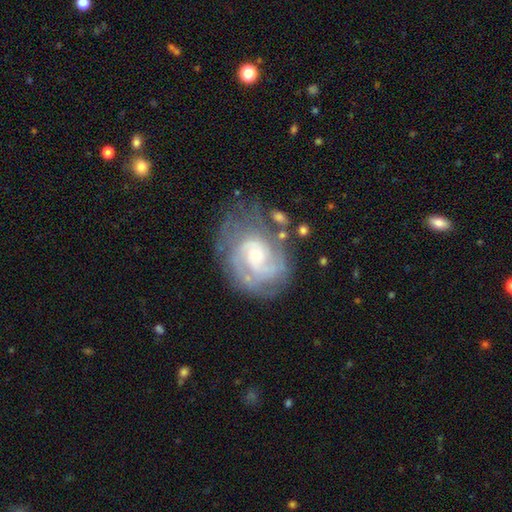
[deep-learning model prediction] Smooth or featured? Predicted: featured or disk (p=0.80). Edge-on disk? Predicted: no (p=0.97). Bar? Predicted: no (p=0.68). Spiral arms? Predicted: yes (p=0.90). Spiral winding? Predicted: tight (p=0.54). Spiral arm count? Predicted: can't tell (p=0.37). Bulge size? Predicted: small (p=0.66). Merging? Predicted: none (p=0.58).